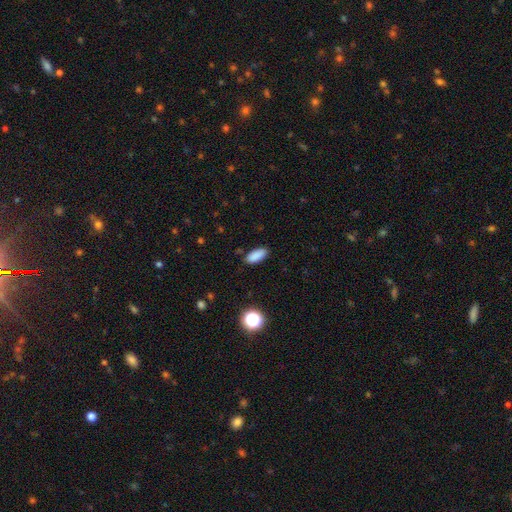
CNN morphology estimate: A smooth galaxy with no disk features (88%) that is in between round and cigar-shaped (81%). Merging: none (88%).